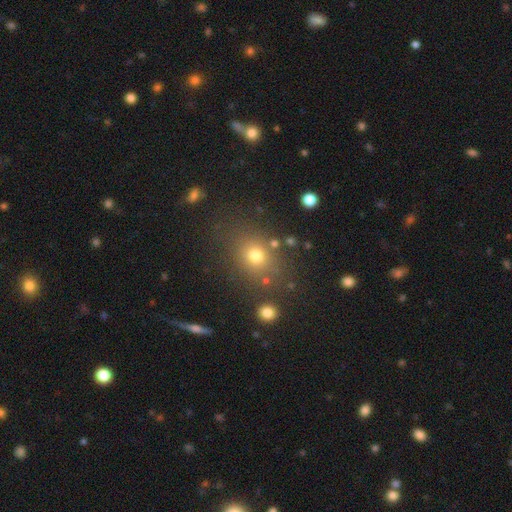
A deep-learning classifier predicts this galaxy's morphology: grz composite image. It shows a smooth galaxy with no disk features (72%) that is round (59%). Merging: none (78%).